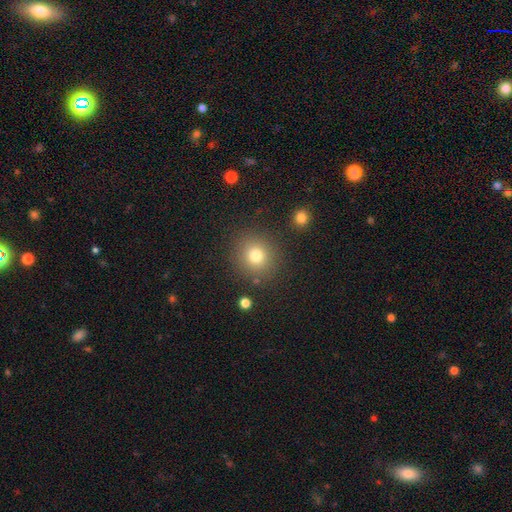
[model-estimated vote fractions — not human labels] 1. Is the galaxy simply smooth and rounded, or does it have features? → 77% smooth, 14% star or artifact, 9% featured or disk.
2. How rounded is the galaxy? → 88% round, 11% in between, 1% cigar-shaped.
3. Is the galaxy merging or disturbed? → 85% none, 8% minor disturbance, 4% major disturbance, 3% merger.